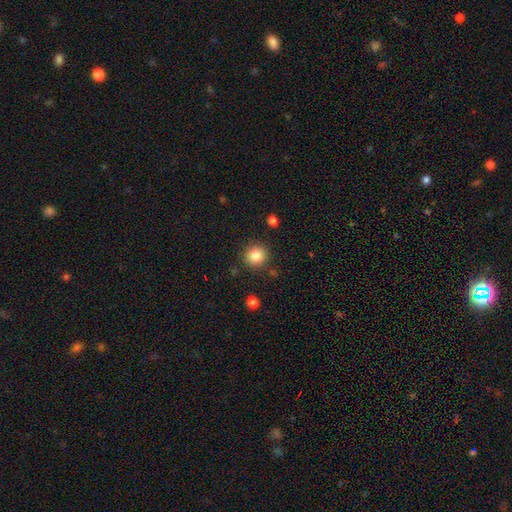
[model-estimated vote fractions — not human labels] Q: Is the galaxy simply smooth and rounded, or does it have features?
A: smooth — 85%.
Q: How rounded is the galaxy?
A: round — 90%.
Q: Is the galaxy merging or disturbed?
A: none — 87%.